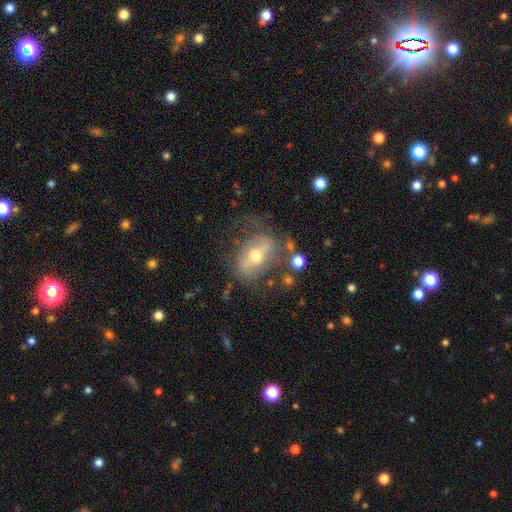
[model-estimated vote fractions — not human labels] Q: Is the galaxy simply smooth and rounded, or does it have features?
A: featured or disk — 67%.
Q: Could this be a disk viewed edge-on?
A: no — 88%.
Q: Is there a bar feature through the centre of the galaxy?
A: strong — 49%.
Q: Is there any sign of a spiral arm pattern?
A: yes — 56%.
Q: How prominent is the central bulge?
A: moderate — 70%.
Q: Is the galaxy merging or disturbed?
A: none — 55%.